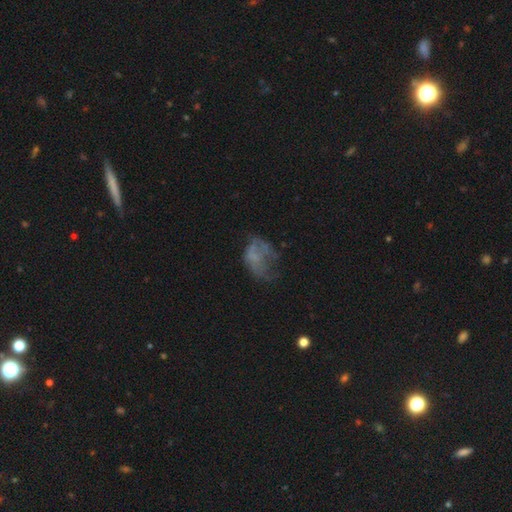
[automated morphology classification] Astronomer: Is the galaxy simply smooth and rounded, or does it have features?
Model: featured or disk — 45% (runner-up: smooth, 38%).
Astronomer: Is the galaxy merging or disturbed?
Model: major disturbance — 42% (runner-up: none, 31%).